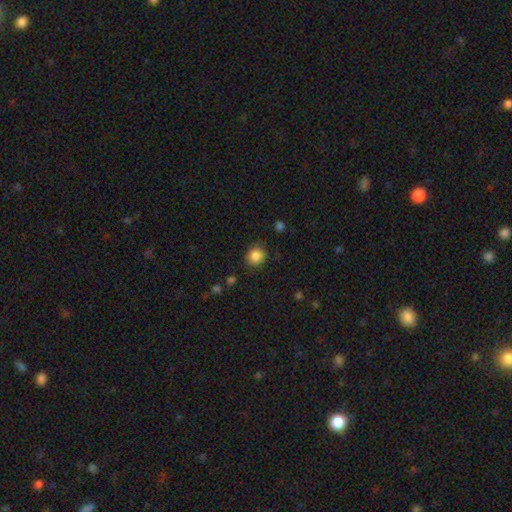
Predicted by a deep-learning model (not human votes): smooth 86%, star or artifact 10%, featured or disk 4%. Down the decision tree: how rounded — round (87%); merging — none (87%).